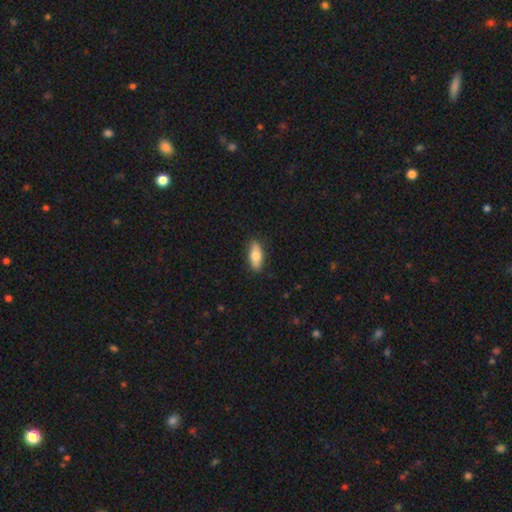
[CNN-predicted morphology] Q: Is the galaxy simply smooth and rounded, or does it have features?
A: smooth — 70%.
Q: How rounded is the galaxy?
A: in between — 72%.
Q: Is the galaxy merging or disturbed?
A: none — 87%.